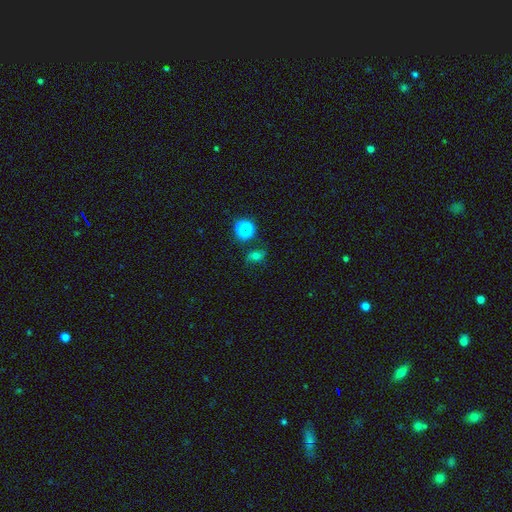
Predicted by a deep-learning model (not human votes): smooth 52%, star or artifact 25%, featured or disk 23%. Down the decision tree: how rounded — round (54%); merging — none (67%).